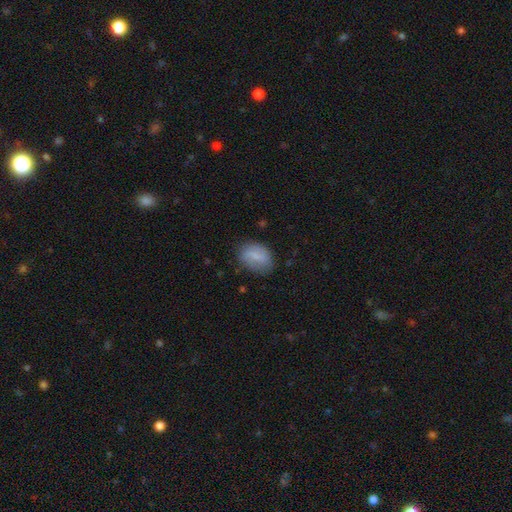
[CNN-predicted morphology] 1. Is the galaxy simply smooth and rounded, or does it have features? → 56% smooth, 36% featured or disk, 7% star or artifact.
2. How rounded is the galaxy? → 74% in between, 24% round, 2% cigar-shaped.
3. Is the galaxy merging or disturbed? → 71% none, 21% minor disturbance, 6% major disturbance, 2% merger.